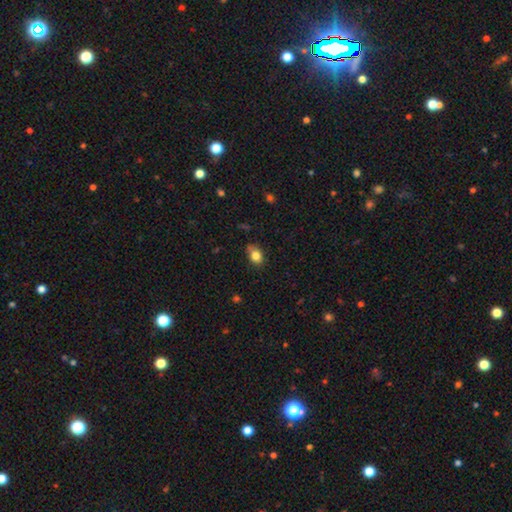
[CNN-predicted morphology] Smooth or featured: smooth — 82% (star or artifact — 10%)
How rounded: in between — 70% (round — 29%)
Merging: none — 69% (minor disturbance — 25%)